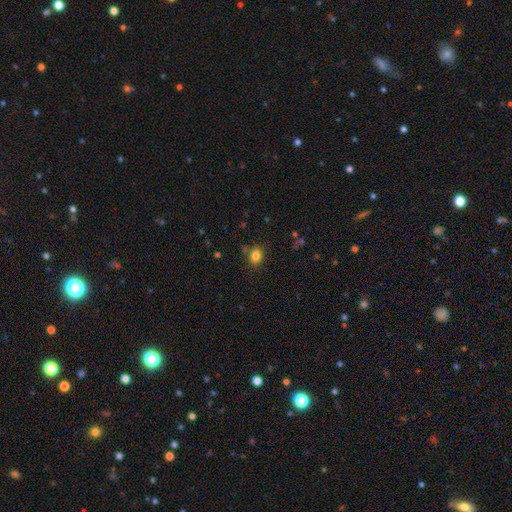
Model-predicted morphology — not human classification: smooth-or-featured: smooth: 82% | star or artifact: 12% | featured or disk: 6%
  how-rounded: round: 58% | in between: 41% | cigar-shaped: 1%
  merging: none: 77% | minor disturbance: 15% | merger: 4% | major disturbance: 4%